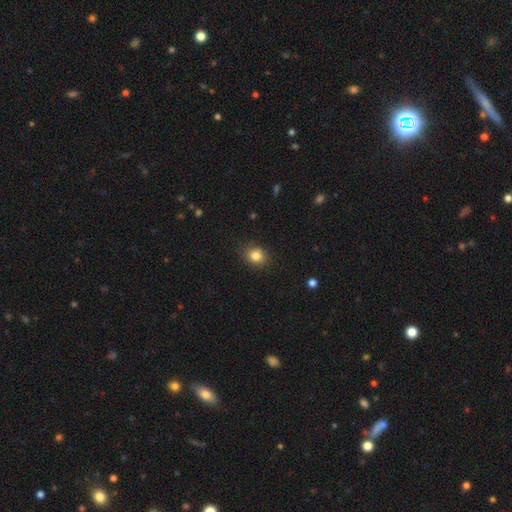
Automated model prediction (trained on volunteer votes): Morphology: type=smooth (83%); roundness=round (57%); merging=none (86%).